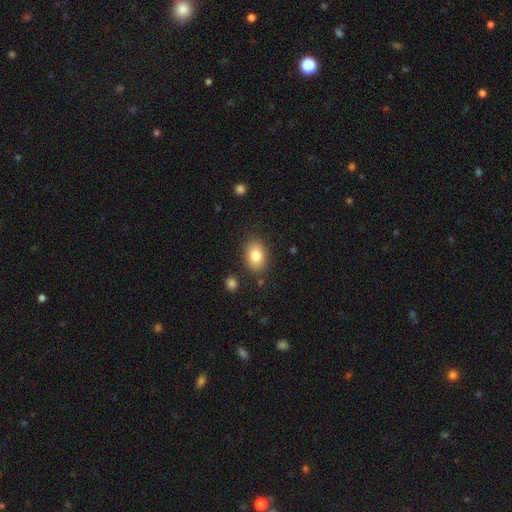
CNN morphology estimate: smooth_or_featured: smooth (p=0.81) [alt: featured or disk p=0.10]
how_rounded: in between (p=0.79) [alt: round p=0.20]
merging: none (p=0.84) [alt: minor disturbance p=0.11]